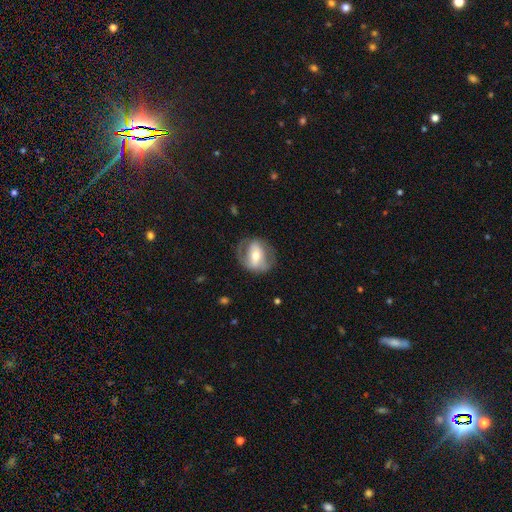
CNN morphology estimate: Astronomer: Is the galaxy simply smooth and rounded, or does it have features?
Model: featured or disk — 60%.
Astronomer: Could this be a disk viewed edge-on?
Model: no — 93%.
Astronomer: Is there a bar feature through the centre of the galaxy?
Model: strong — 46% (runner-up: weak, 29%).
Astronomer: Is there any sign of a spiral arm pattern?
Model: yes — 51% (runner-up: no, 49%).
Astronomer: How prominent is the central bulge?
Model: moderate — 65%.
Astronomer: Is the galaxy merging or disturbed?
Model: none — 69%.